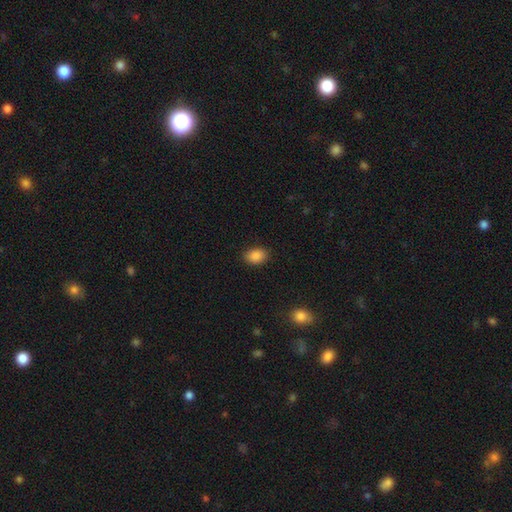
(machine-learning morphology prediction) A smooth galaxy with no disk features (87%) that is in between round and cigar-shaped (80%).

Vote fractions:
- Smooth or featured? smooth: 87% / star or artifact: 8% / featured or disk: 4%
- How rounded? in between: 80% / round: 19% / cigar-shaped: 1%
- Merging? none: 88% / minor disturbance: 9% / major disturbance: 2% / merger: 1%